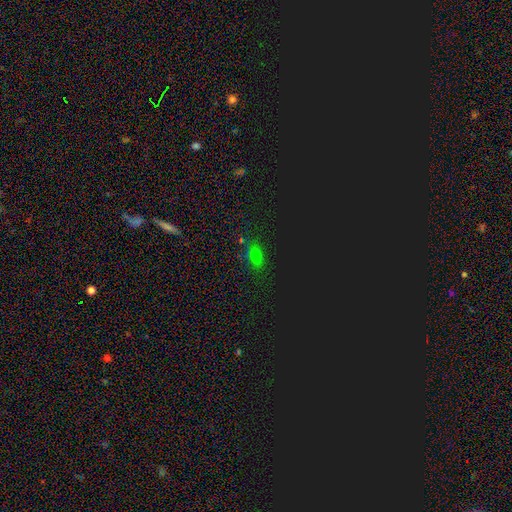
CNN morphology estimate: Smooth or featured? smooth (53%)
How rounded? in between (74%)
Merging? none (76%)